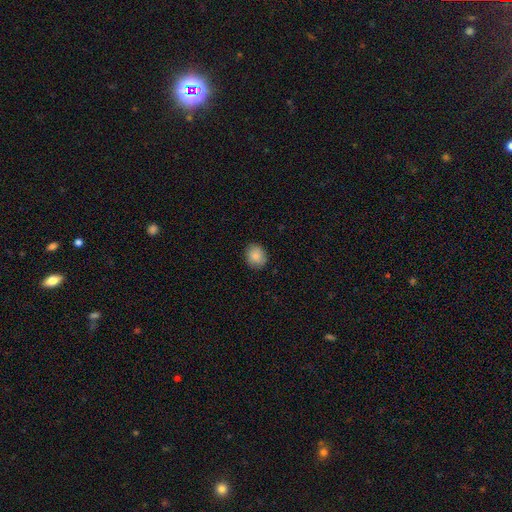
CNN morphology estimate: Smooth or featured?
  - smooth: 86% *
  - star or artifact: 8%
  - featured or disk: 6%
How rounded?
  - round: 67% *
  - in between: 32%
  - cigar-shaped: 1%
Merging?
  - none: 87% *
  - minor disturbance: 10%
  - major disturbance: 2%
  - merger: 1%